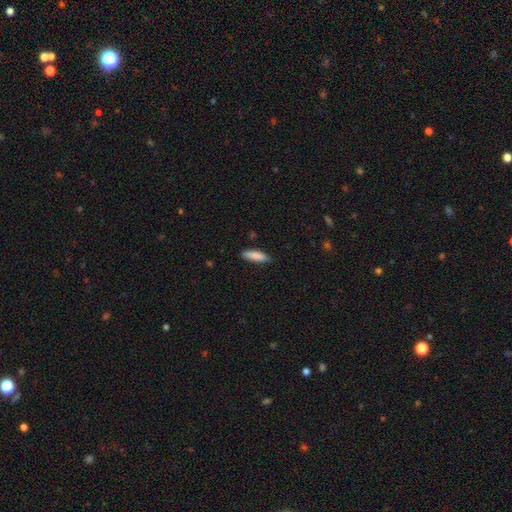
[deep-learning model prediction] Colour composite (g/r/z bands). It shows a smooth galaxy with no disk features (86%) that is cigar-shaped (63%). Merging: none (82%).